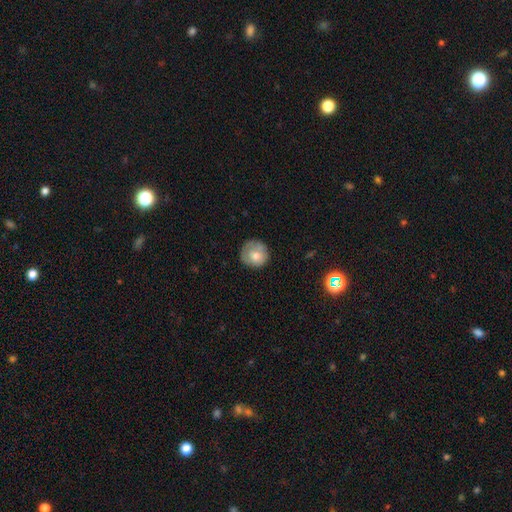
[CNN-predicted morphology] smooth 71%, featured or disk 21%, star or artifact 8%. Down the decision tree: how rounded — round (89%); merging — none (72%).